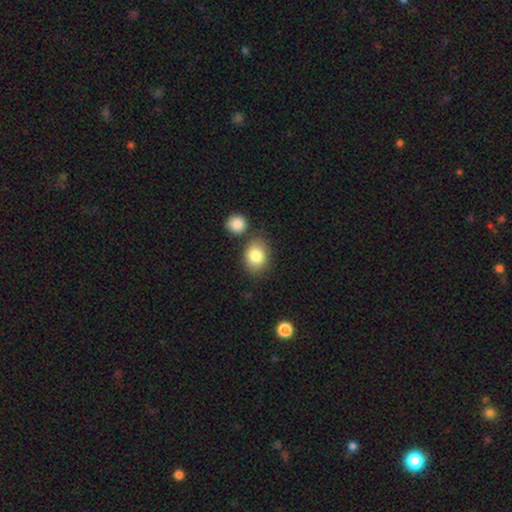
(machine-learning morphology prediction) A smooth galaxy with no disk features (83%) that is in between round and cigar-shaped (63%). Merging: none (69%).